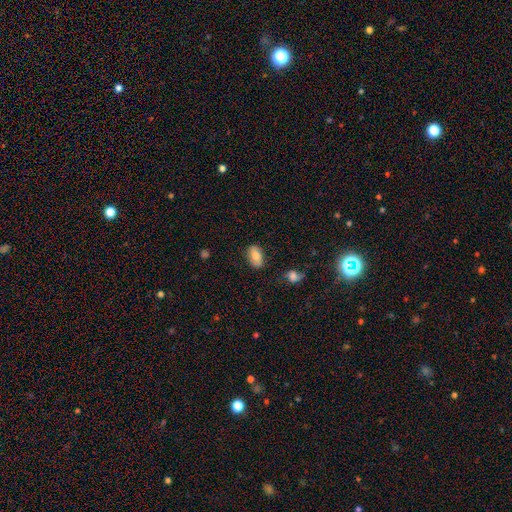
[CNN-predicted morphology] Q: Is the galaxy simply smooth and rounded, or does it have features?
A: smooth — 72%.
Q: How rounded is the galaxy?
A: in between — 90%.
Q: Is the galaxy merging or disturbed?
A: none — 80%.